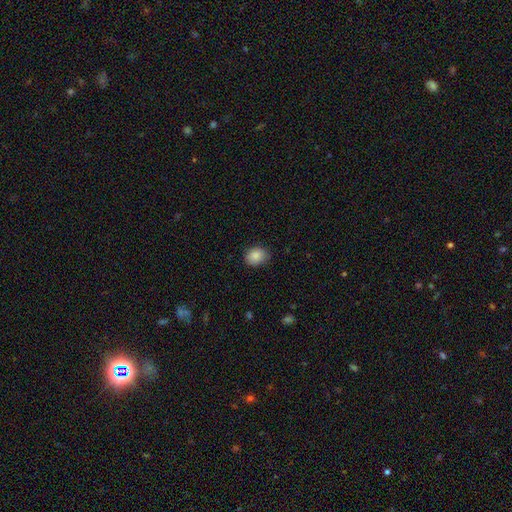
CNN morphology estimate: The model was most divided on "how rounded": in between: 50%, round: 49%, cigar-shaped: 1%. More confident: smooth or featured — smooth (87%); merging — none (82%).